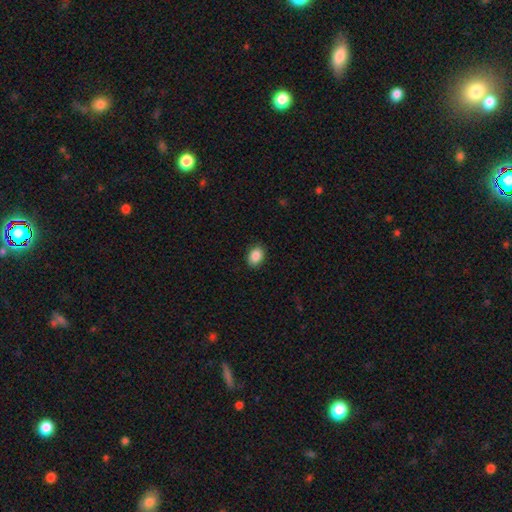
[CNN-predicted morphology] The model was most divided on "how rounded": in between: 78%, round: 20%, cigar-shaped: 1%. More confident: merging — none (89%); smooth or featured — smooth (88%).